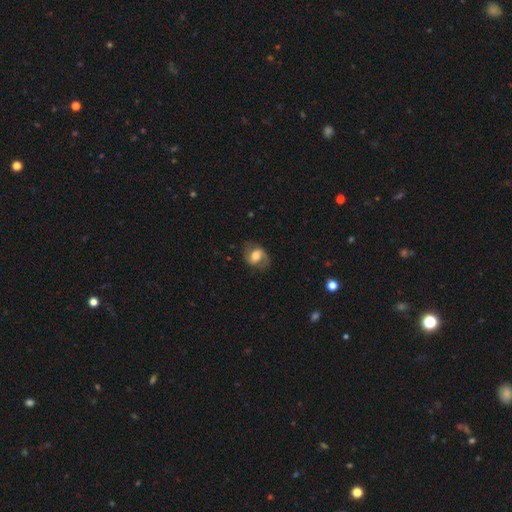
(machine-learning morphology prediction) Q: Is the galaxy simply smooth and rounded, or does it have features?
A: featured or disk — 50%.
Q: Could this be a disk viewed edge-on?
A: no — 96%.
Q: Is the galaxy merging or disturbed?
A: none — 69%.